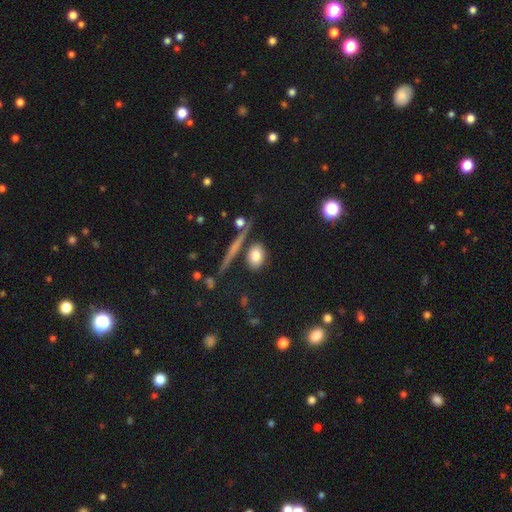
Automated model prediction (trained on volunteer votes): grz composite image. It shows a smooth galaxy with no disk features (79%) that is in between round and cigar-shaped (64%). Merging: none (73%).